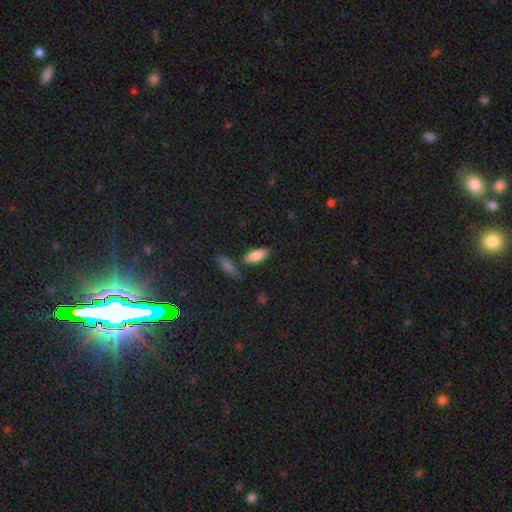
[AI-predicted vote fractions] Overall: smooth (85%). How rounded: in between (85%). Merging: none (70%).